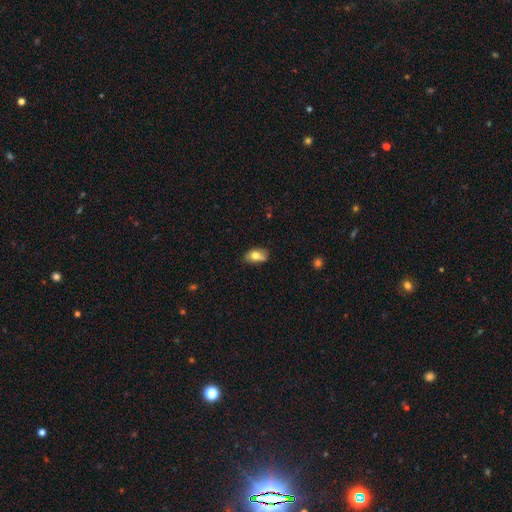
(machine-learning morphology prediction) smooth 73%, featured or disk 19%, star or artifact 8%. Down the decision tree: how rounded — in between (87%); merging — none (57%).